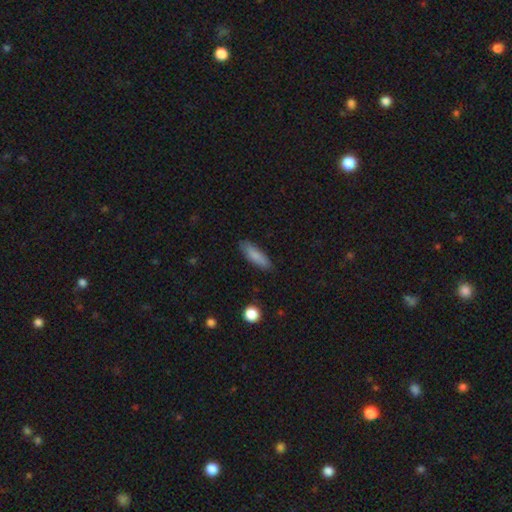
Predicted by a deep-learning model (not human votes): Smooth or featured: smooth — 84% (featured or disk — 9%)
How rounded: cigar-shaped — 51% (in between — 47%)
Merging: none — 83% (minor disturbance — 14%)